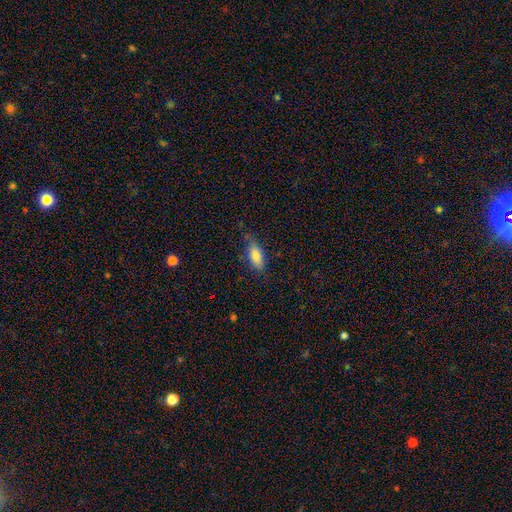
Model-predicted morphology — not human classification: Overall: smooth (81%). How rounded: in between (81%). Merging: none (70%).